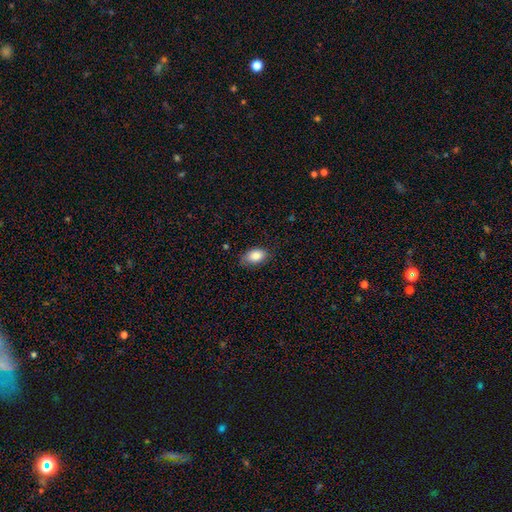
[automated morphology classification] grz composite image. It shows a smooth galaxy with no disk features (85%) that is in between round and cigar-shaped (91%). Merging: none (74%).